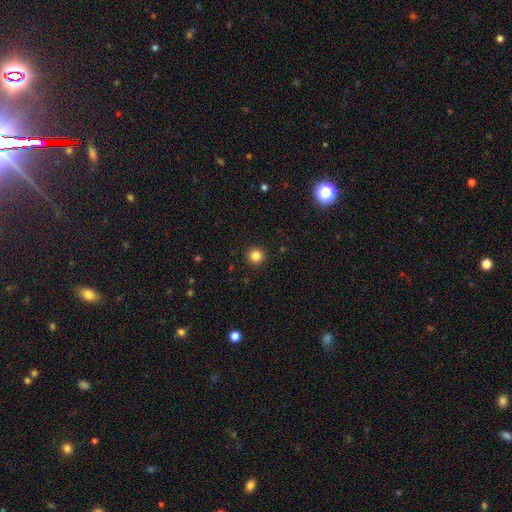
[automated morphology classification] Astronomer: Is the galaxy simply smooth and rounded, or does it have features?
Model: smooth — 84%.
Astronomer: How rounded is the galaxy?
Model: round — 95%.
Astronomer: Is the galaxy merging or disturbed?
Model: none — 93%.